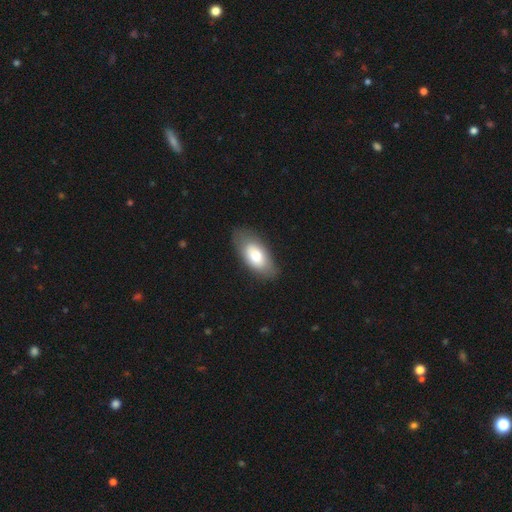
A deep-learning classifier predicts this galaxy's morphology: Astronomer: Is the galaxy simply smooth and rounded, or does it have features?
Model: smooth — 71%.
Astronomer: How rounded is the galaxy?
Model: in between — 92%.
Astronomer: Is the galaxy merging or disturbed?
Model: none — 78%.